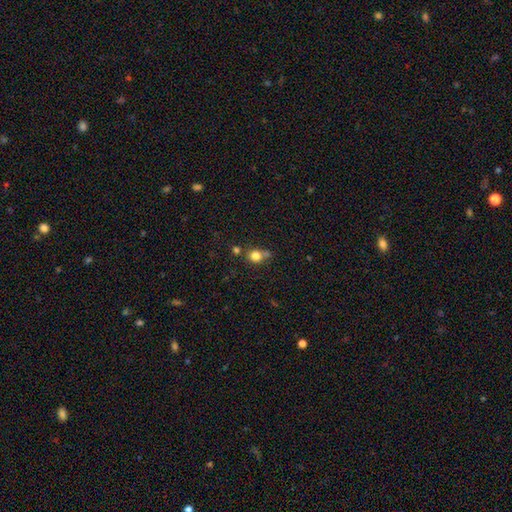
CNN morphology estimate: smooth-or-featured: smooth: 79% | star or artifact: 12% | featured or disk: 8%
  how-rounded: round: 79% | in between: 19% | cigar-shaped: 1%
  merging: none: 55% | merger: 24% | minor disturbance: 15% | major disturbance: 6%